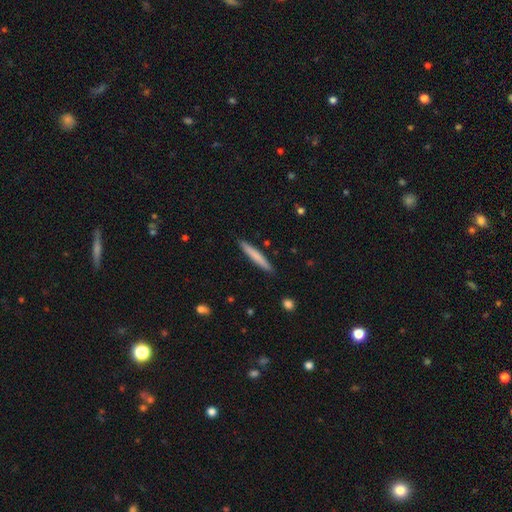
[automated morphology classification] Smooth or featured?
  - smooth: 71% *
  - featured or disk: 24%
  - star or artifact: 5%
How rounded?
  - cigar-shaped: 96% *
  - in between: 3%
  - round: 1%
Merging?
  - none: 90% *
  - minor disturbance: 7%
  - merger: 1%
  - major disturbance: 1%